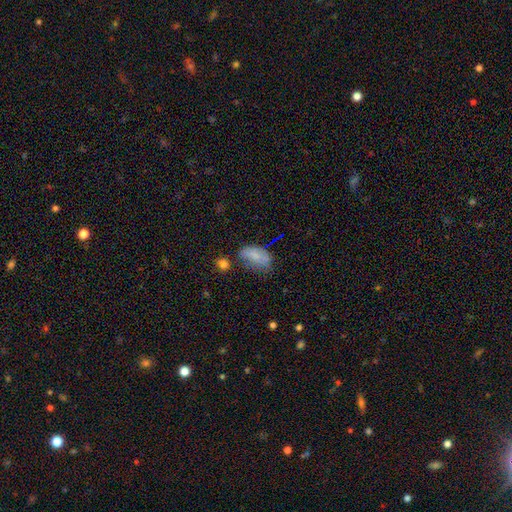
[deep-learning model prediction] The model was most divided on "merging": none: 44%, minor disturbance: 33%, major disturbance: 16%, merger: 8%. More confident: how rounded — in between (90%); smooth or featured — smooth (75%).